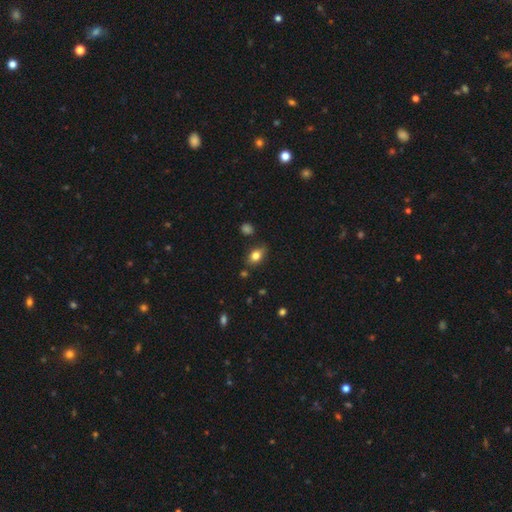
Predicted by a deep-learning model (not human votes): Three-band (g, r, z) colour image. It shows a smooth galaxy with no disk features (81%) that is in between round and cigar-shaped (76%). Merging: none (76%).